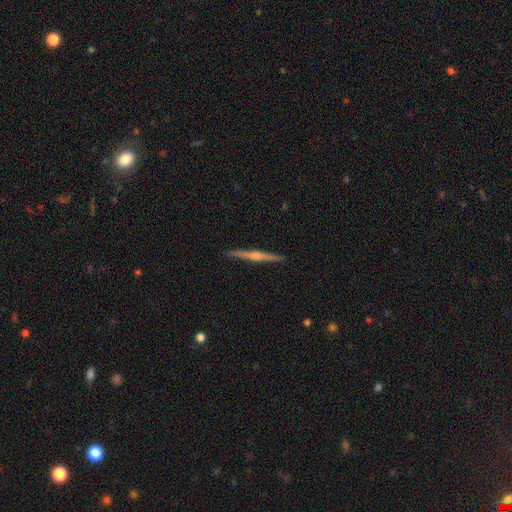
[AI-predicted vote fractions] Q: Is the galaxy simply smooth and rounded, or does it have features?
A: featured or disk — 77%.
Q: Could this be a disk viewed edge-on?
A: yes — 98%.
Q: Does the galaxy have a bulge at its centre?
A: rounded — 79%.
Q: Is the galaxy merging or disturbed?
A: none — 91%.